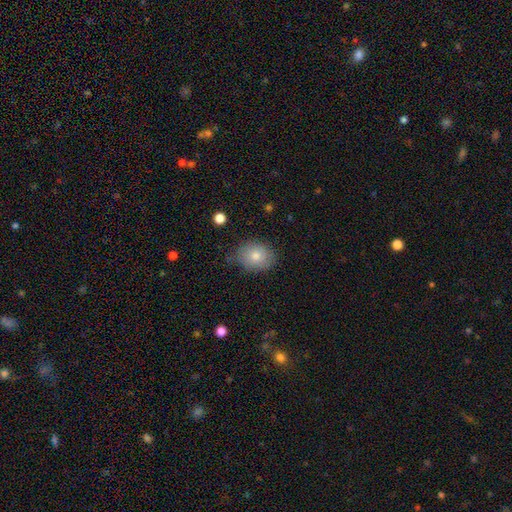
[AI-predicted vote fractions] smooth 79%, featured or disk 11%, star or artifact 9%. Down the decision tree: how rounded — round (51%); merging — none (76%).